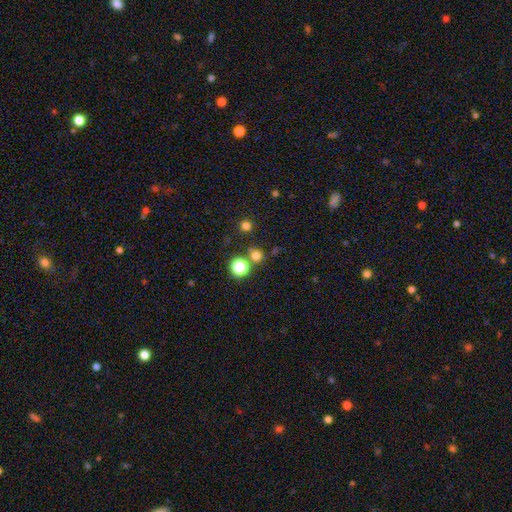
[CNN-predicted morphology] A smooth galaxy with no disk features (71%) that is round (91%). Merging: none (75%).